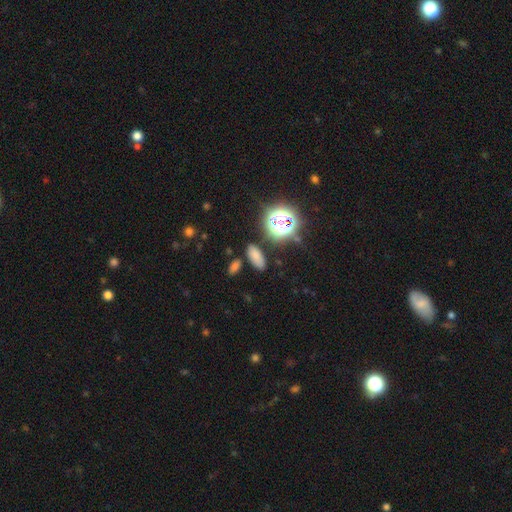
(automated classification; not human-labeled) Smooth or featured? smooth (72%)
How rounded? in between (79%)
Merging? none (82%)